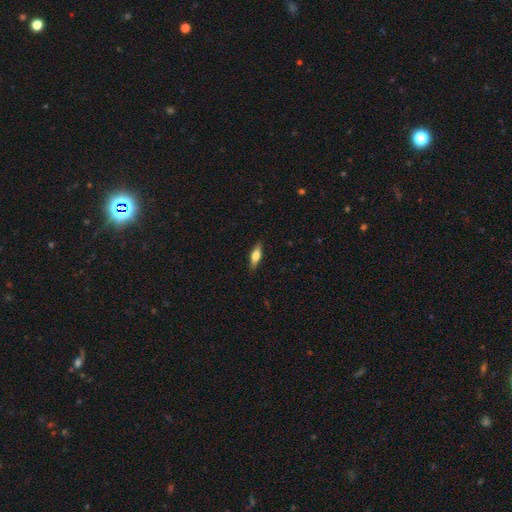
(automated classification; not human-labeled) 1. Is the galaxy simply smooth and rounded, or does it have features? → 51% smooth, 42% featured or disk, 7% star or artifact.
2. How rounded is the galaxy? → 52% in between, 45% cigar-shaped, 3% round.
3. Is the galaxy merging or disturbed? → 88% none, 9% minor disturbance, 2% major disturbance, 1% merger.